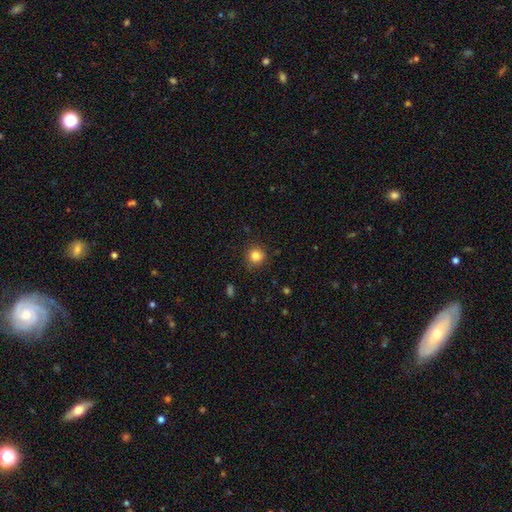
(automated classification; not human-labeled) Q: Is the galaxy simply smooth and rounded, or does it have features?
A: smooth — 83%.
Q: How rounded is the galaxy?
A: round — 92%.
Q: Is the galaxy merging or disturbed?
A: none — 88%.